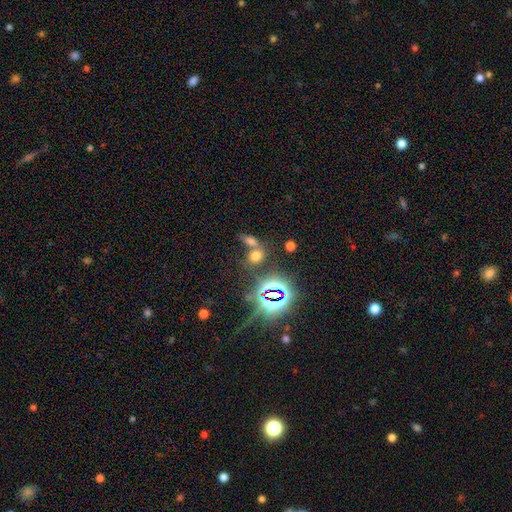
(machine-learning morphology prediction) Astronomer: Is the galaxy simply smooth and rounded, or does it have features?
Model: smooth — 56% (runner-up: star or artifact, 34%).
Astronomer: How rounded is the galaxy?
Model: in between — 59% (runner-up: round, 37%).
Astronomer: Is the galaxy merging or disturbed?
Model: none — 46% (runner-up: merger, 41%).